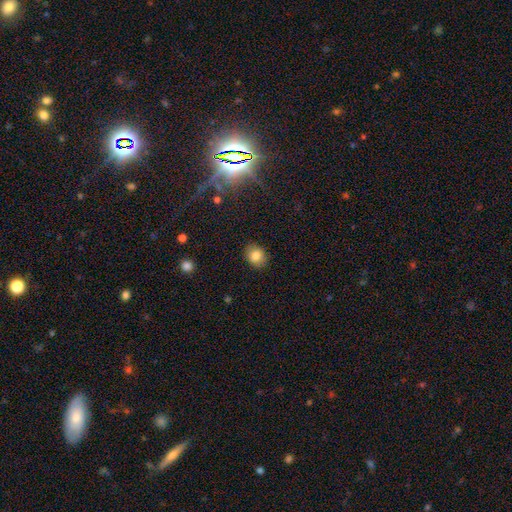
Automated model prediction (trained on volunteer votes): Overall: smooth (82%). How rounded: round (61%; in between 38%). Merging: none (86%).